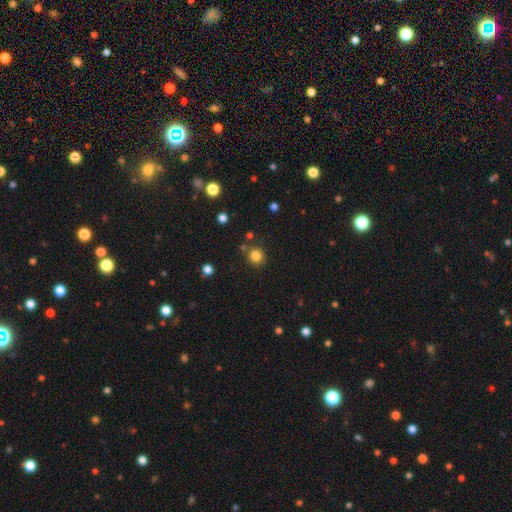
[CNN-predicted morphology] Overall: smooth (83%). How rounded: round (92%). Merging: none (82%).